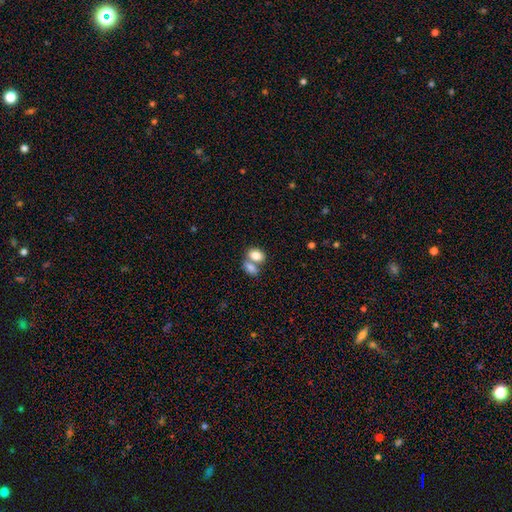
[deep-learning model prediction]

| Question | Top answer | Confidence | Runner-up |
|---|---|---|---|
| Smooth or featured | smooth | 83% | featured or disk (10%) |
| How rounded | in between | 78% | round (20%) |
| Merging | merger | 56% | none (33%) |